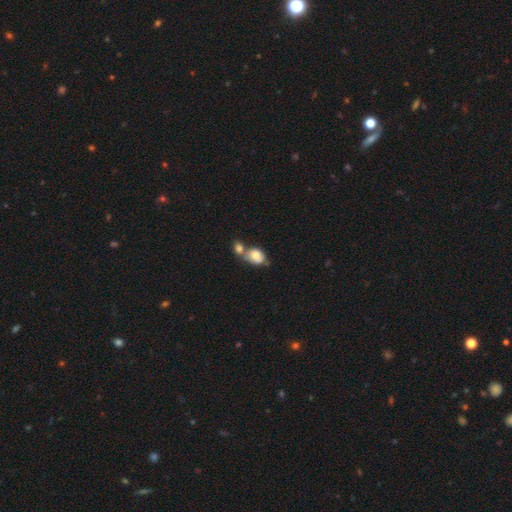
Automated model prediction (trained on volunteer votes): Smooth or featured? Predicted: smooth (p=0.79). How rounded? Predicted: in between (p=0.65). Merging? Predicted: merger (p=0.56).